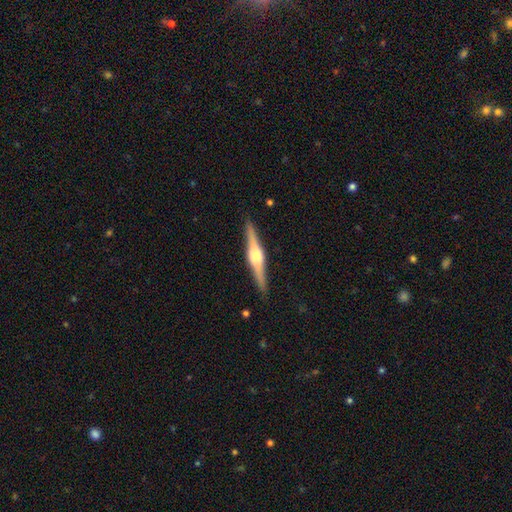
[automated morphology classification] featured or disk 80%, smooth 15%, star or artifact 5%. Down the decision tree: edge-on disk — yes (98%); edge-on bulge — rounded (84%); merging — none (90%).